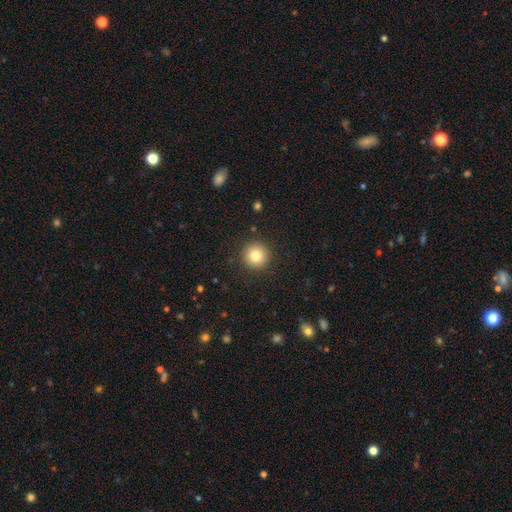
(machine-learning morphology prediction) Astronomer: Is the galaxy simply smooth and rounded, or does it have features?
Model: smooth — 83%.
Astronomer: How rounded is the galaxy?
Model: round — 95%.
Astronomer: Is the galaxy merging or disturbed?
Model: none — 92%.